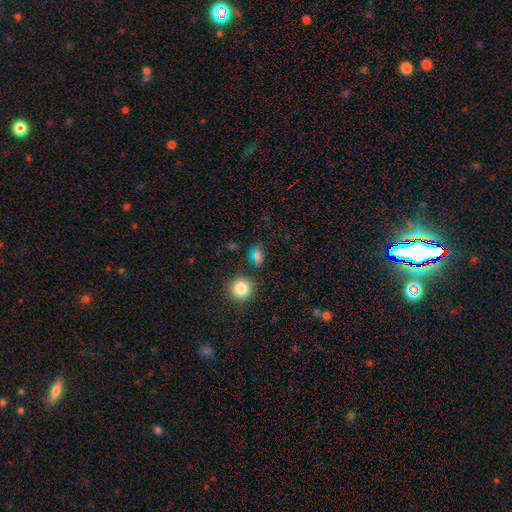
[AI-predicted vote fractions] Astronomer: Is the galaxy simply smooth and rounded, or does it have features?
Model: smooth — 64%.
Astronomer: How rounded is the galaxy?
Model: round — 49% (runner-up: in between, 43%).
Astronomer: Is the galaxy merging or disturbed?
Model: none — 77%.